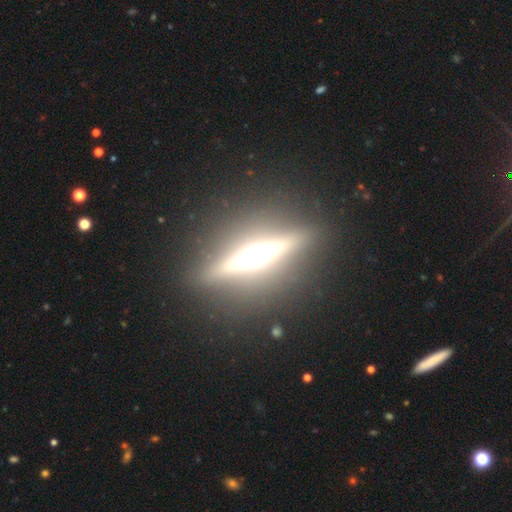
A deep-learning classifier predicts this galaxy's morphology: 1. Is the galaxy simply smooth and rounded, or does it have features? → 81% featured or disk, 10% smooth, 9% star or artifact.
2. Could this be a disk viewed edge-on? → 95% yes, 5% no.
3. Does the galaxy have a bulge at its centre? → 86% rounded, 10% boxy, 4% none.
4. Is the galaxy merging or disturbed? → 88% none, 7% minor disturbance, 4% major disturbance, 1% merger.